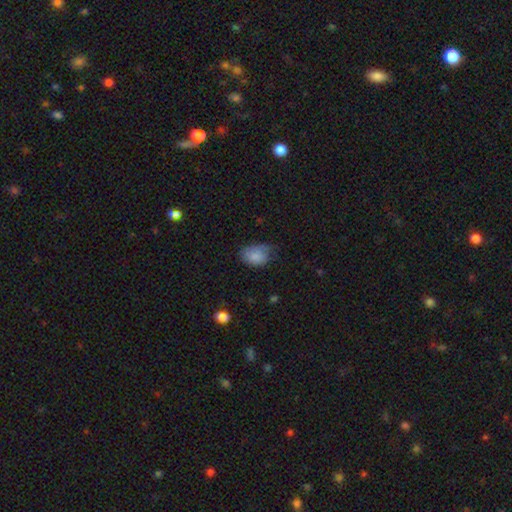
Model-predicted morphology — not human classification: Smooth or featured? Predicted: smooth (p=0.81). How rounded? Predicted: in between (p=0.78). Merging? Predicted: none (p=0.44).